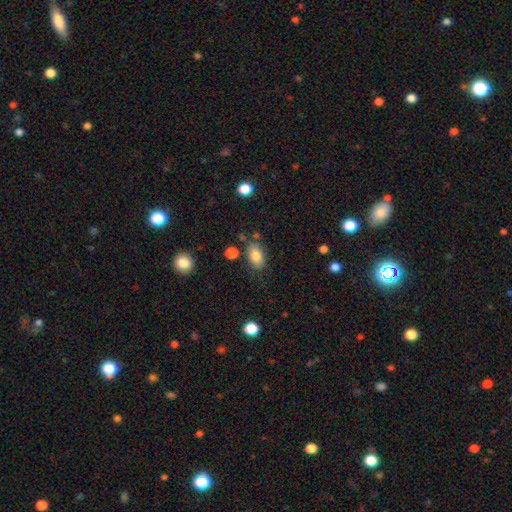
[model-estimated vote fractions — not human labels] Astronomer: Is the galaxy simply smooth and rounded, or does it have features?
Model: smooth — 83%.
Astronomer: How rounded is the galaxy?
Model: in between — 89%.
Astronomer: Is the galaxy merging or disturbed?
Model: none — 73%.